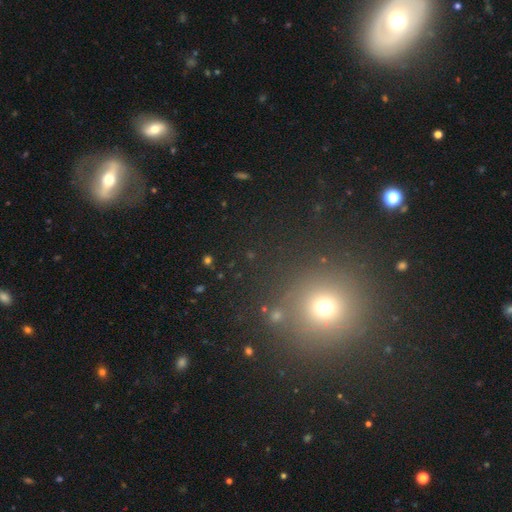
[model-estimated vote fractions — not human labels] Smooth or featured: smooth — 47% (star or artifact — 40%)
Merging: none — 83% (minor disturbance — 8%)